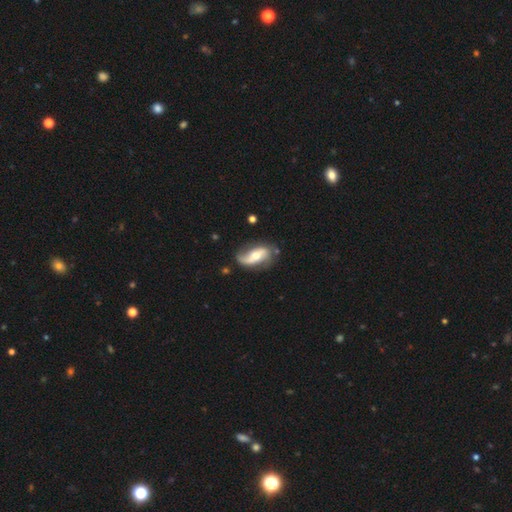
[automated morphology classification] type=featured or disk (71%); edge-on=no (93%); bar=no (45%); spiral arms=yes (88%); winding=loose (66%); arm count=2 (71%); bulge=moderate (64%); merging=none (60%).